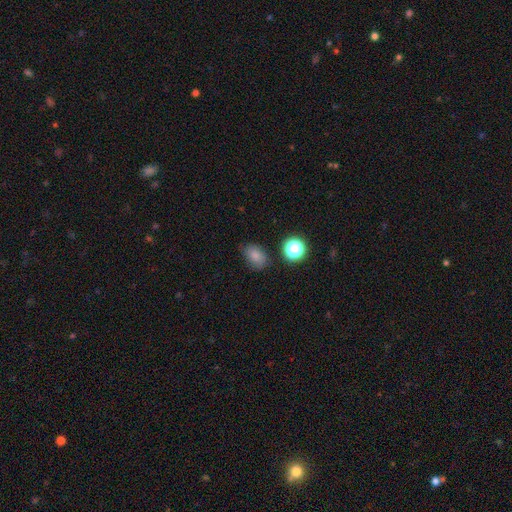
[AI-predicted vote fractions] The model was most divided on "merging": none: 73%, minor disturbance: 19%, major disturbance: 4%, merger: 3%. More confident: smooth or featured — smooth (80%); how rounded — in between (78%).